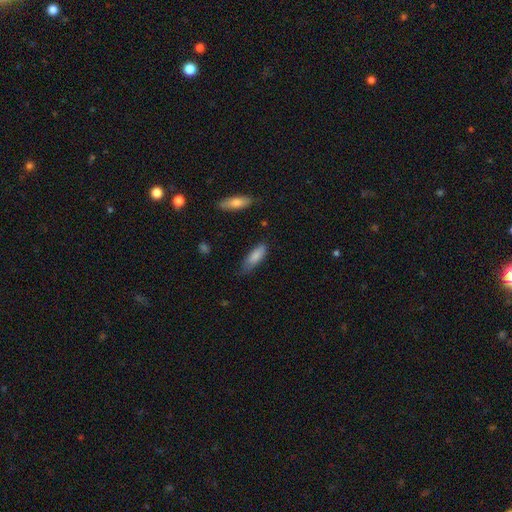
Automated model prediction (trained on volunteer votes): The model was most divided on "how rounded": in between: 60%, cigar-shaped: 38%, round: 2%. More confident: smooth or featured — smooth (84%); merging — none (63%).